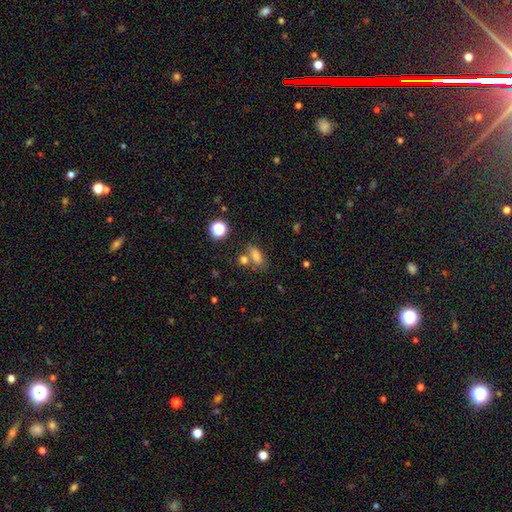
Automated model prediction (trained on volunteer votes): Smooth or featured?
  - smooth: 73% *
  - star or artifact: 17%
  - featured or disk: 10%
How rounded?
  - in between: 71% *
  - cigar-shaped: 17%
  - round: 13%
Merging?
  - none: 57% *
  - merger: 23%
  - minor disturbance: 14%
  - major disturbance: 6%